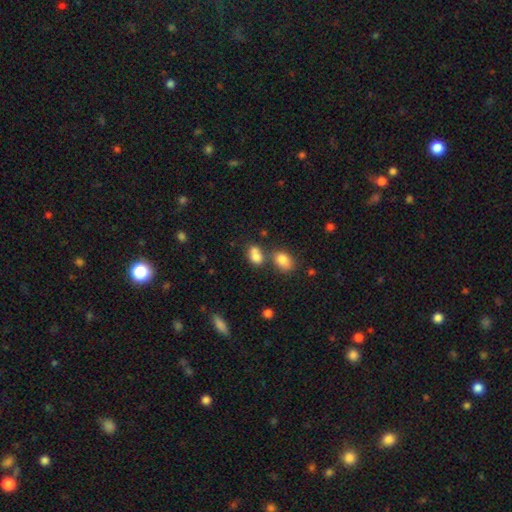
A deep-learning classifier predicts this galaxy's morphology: Smooth or featured?
  - smooth: 80% *
  - star or artifact: 11%
  - featured or disk: 9%
How rounded?
  - in between: 74% *
  - round: 24%
  - cigar-shaped: 2%
Merging?
  - merger: 47% *
  - none: 35%
  - minor disturbance: 12%
  - major disturbance: 6%